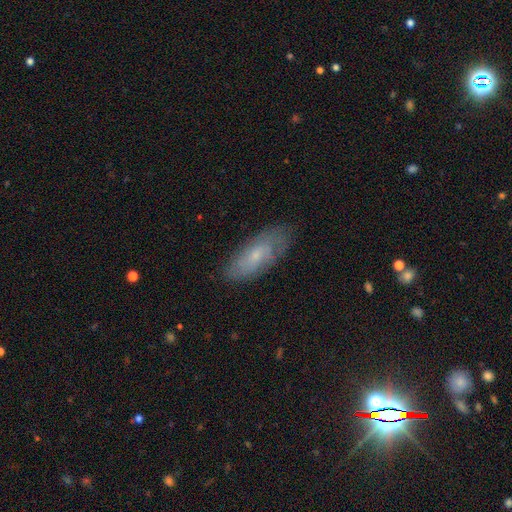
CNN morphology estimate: type=smooth (46%, tied with featured or disk); merging=none (77%).